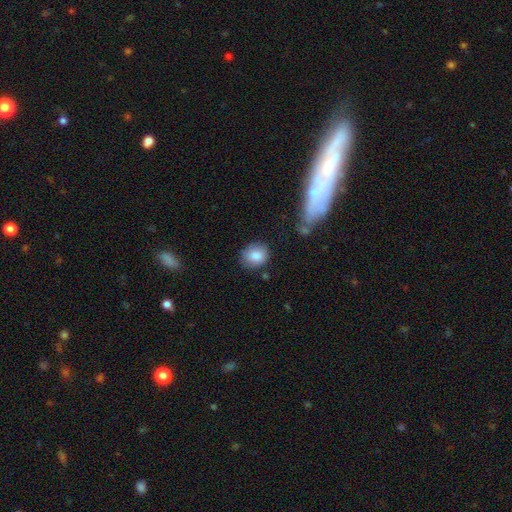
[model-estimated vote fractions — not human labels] smooth 84%, star or artifact 8%, featured or disk 7%. Down the decision tree: how rounded — round (70%); merging — none (81%).